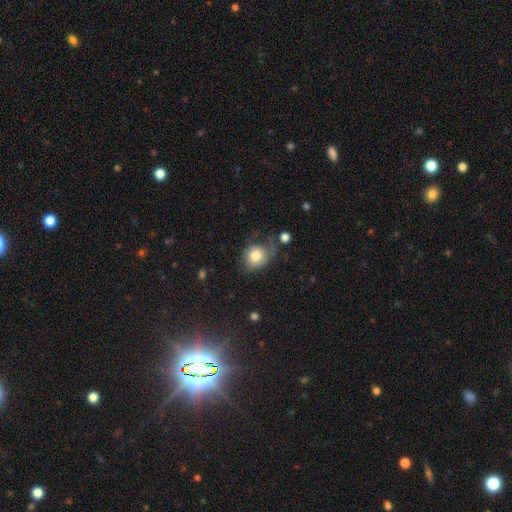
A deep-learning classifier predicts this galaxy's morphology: Smooth or featured: smooth — 76% (featured or disk — 15%)
How rounded: round — 59% (in between — 40%)
Merging: none — 42% (minor disturbance — 30%)